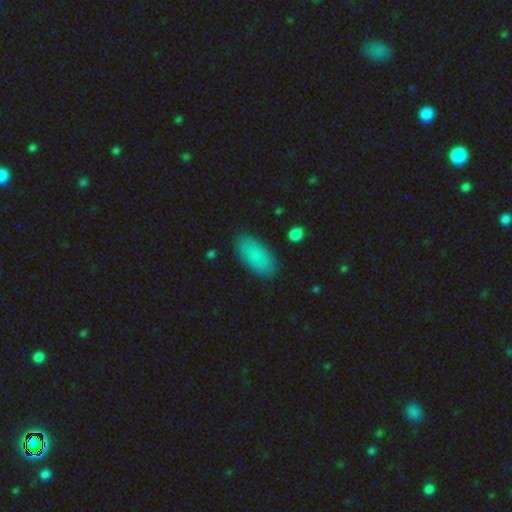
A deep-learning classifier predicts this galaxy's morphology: Smooth or featured?
  - smooth: 87% *
  - featured or disk: 6%
  - star or artifact: 6%
How rounded?
  - in between: 88% *
  - cigar-shaped: 10%
  - round: 2%
Merging?
  - none: 87% *
  - minor disturbance: 10%
  - major disturbance: 2%
  - merger: 1%